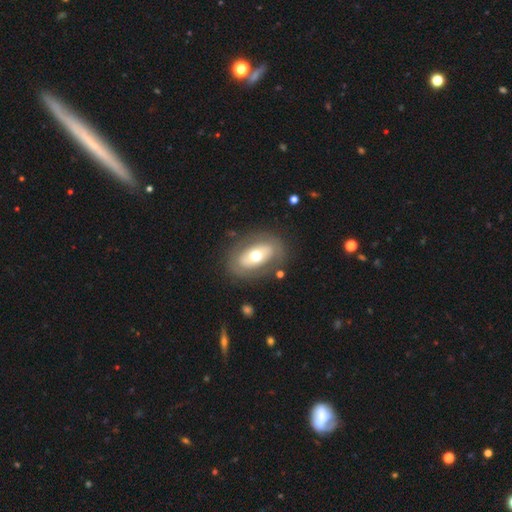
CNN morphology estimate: smooth-or-featured: smooth: 47% (tied) | featured or disk: 47% (tied) | star or artifact: 6%
  merging: none: 80% | minor disturbance: 12% | major disturbance: 6% | merger: 2%